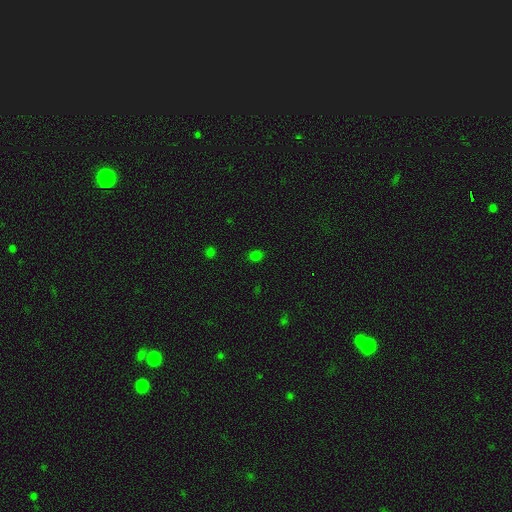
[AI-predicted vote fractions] Q: Smooth or featured?
A: smooth (75%); runner-up: star or artifact (22%)
Q: How rounded?
A: round (61%); runner-up: in between (37%)
Q: Merging?
A: none (87%); runner-up: minor disturbance (9%)